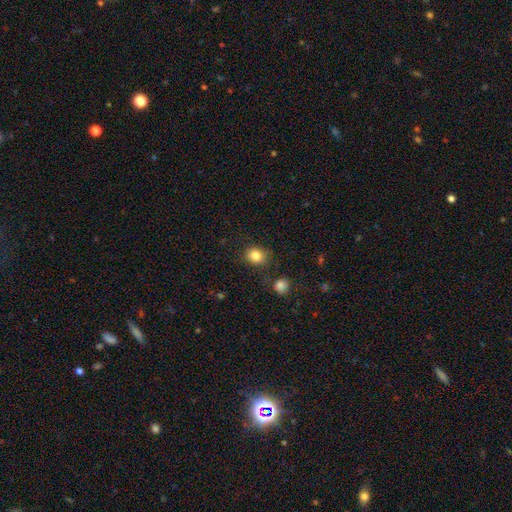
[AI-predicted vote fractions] Smooth or featured: smooth — 84% (star or artifact — 11%)
How rounded: round — 69% (in between — 30%)
Merging: none — 80% (minor disturbance — 13%)